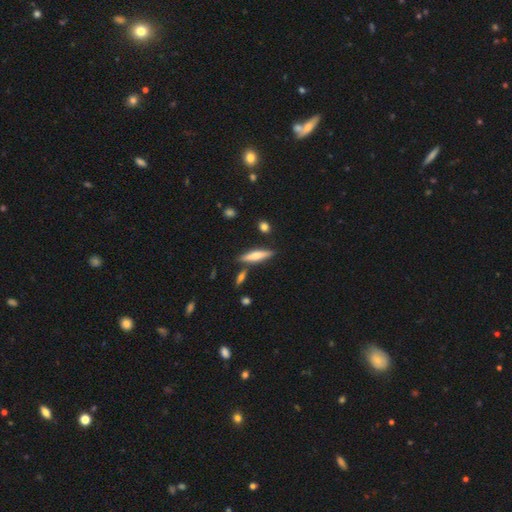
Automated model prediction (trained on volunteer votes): Overall: smooth (51%; featured or disk 43%). How rounded: cigar-shaped (77%). Merging: none (80%).